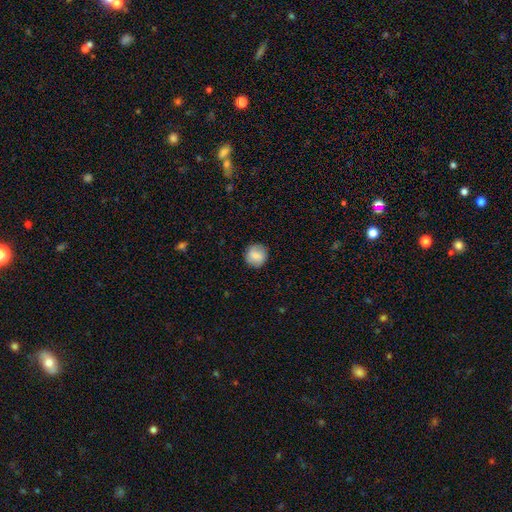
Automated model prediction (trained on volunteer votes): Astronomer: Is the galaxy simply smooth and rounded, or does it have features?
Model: smooth — 78%.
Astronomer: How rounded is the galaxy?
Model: round — 93%.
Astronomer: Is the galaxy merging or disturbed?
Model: none — 89%.